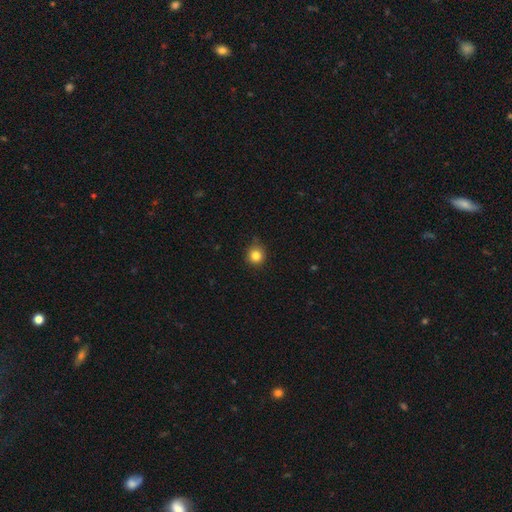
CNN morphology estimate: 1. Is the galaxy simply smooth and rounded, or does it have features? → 83% smooth, 12% star or artifact, 5% featured or disk.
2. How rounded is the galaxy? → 90% round, 9% in between, 1% cigar-shaped.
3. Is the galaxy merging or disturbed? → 82% none, 15% minor disturbance, 3% major disturbance, 1% merger.